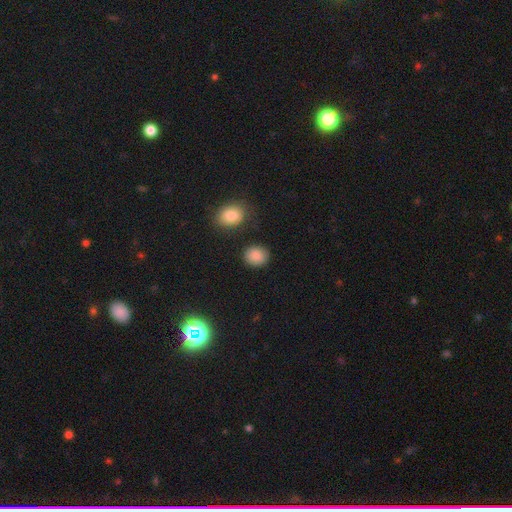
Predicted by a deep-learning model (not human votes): This is clearly a smooth galaxy (88%). How rounded: likely round (70%). Merging: clearly none (85%).